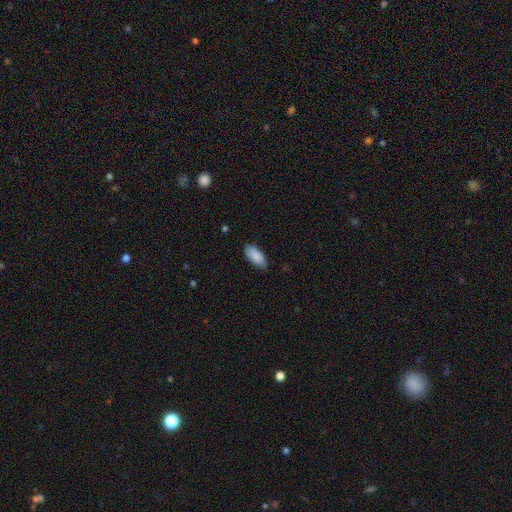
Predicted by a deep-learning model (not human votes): Morphology: type=smooth (88%); roundness=in between (90%); merging=none (76%).